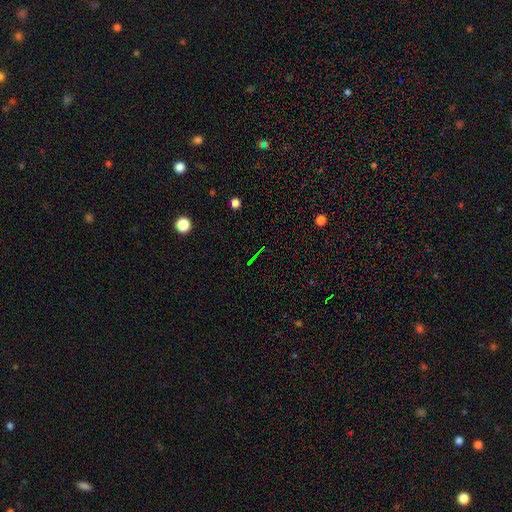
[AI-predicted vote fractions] Smooth or featured? Predicted: star or artifact (p=0.71).